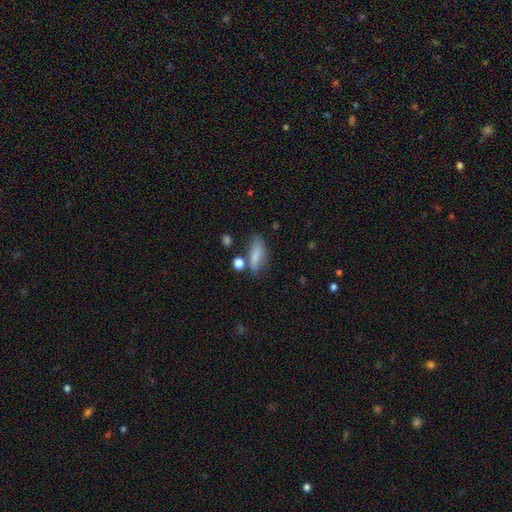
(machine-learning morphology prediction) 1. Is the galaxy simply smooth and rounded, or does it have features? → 78% smooth, 13% featured or disk, 9% star or artifact.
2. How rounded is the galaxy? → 65% in between, 30% cigar-shaped, 5% round.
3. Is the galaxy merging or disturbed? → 57% none, 23% minor disturbance, 11% merger, 9% major disturbance.